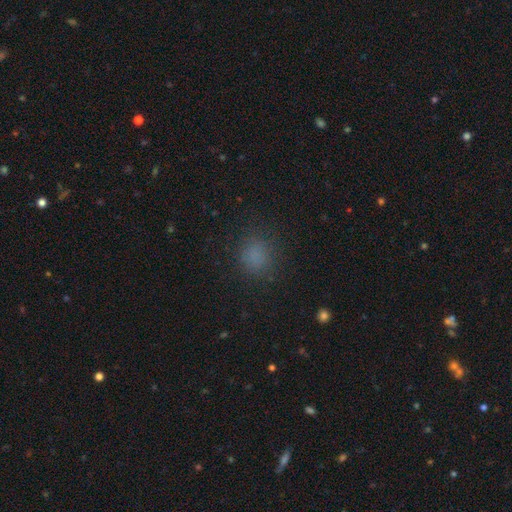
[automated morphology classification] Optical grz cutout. It shows a smooth galaxy with no disk features (77%) that is round (81%). Merging: none (83%).